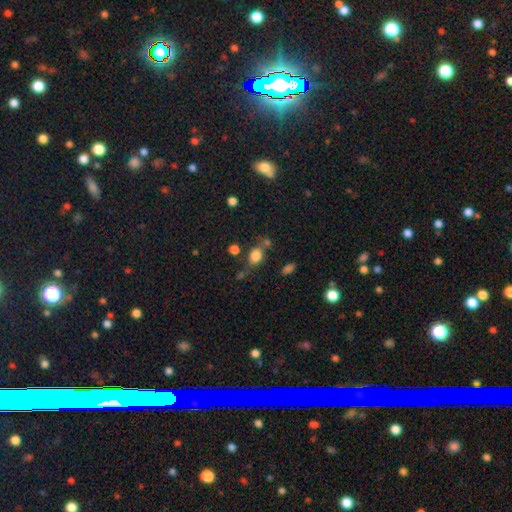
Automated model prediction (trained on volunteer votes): A smooth galaxy with no disk features (80%) that is in between round and cigar-shaped (53%). Merging: none (62%).